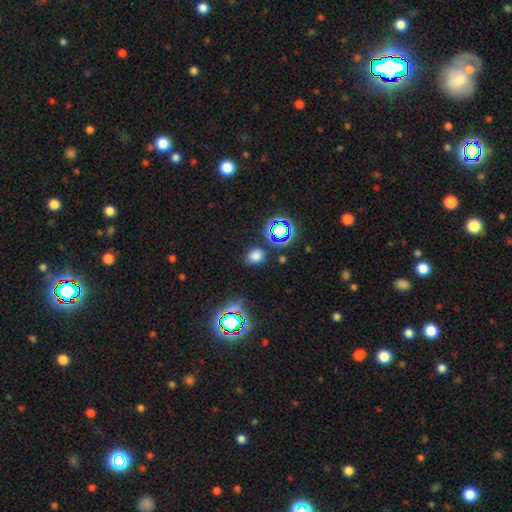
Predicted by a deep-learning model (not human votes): Overall: smooth (70%). How rounded: round (56%; in between 42%). Merging: none (82%).